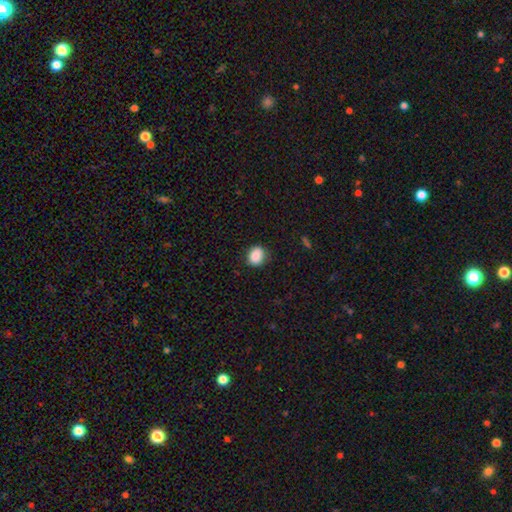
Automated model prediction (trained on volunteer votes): Smooth or featured? smooth (87%)
How rounded? round (57%)
Merging? none (81%)